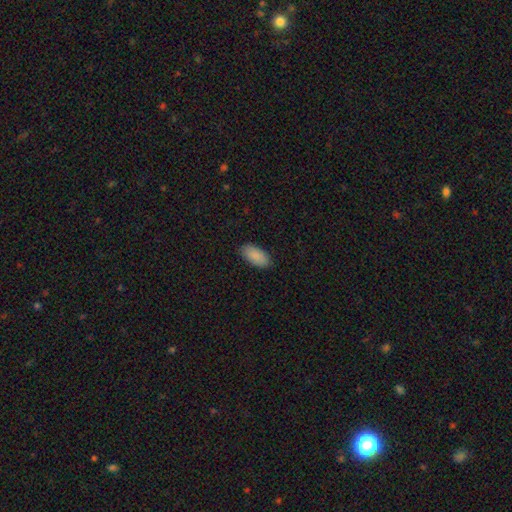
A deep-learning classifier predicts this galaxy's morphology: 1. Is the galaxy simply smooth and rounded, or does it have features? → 89% smooth, 6% star or artifact, 5% featured or disk.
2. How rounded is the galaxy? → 94% in between, 4% cigar-shaped, 2% round.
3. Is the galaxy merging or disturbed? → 87% none, 10% minor disturbance, 2% major disturbance, 1% merger.